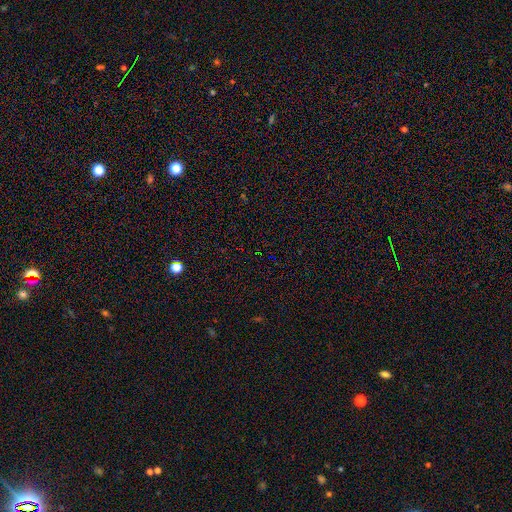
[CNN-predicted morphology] This is likely a star or artifact rather than a galaxy (75%).